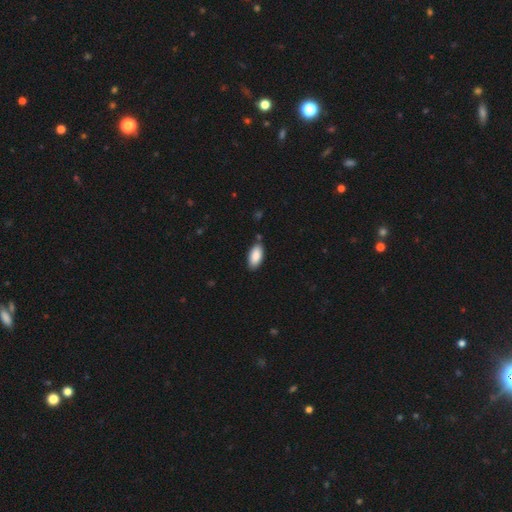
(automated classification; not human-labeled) Morphology: type=smooth (89%); roundness=in between (93%); merging=none (83%).